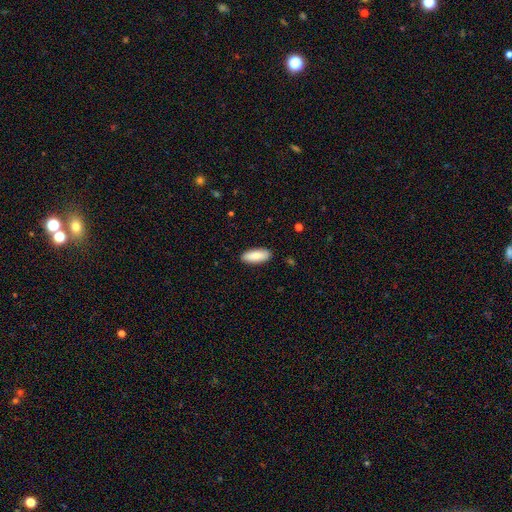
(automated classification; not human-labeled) Smooth or featured?
  - smooth: 81% *
  - featured or disk: 13%
  - star or artifact: 6%
How rounded?
  - in between: 79% *
  - cigar-shaped: 19%
  - round: 2%
Merging?
  - none: 89% *
  - minor disturbance: 8%
  - major disturbance: 2%
  - merger: 1%